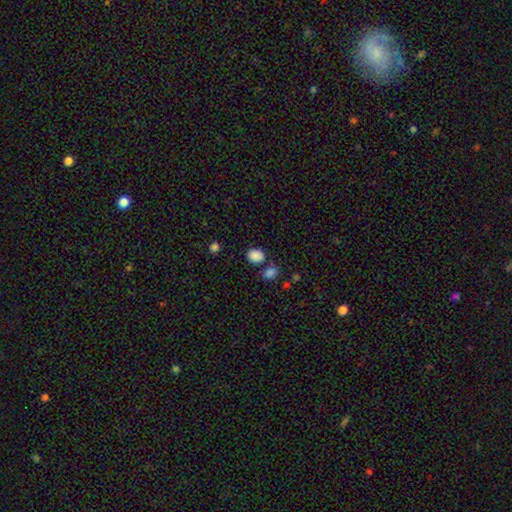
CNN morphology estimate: Smooth or featured? smooth (86%)
How rounded? in between (56%)
Merging? none (72%)